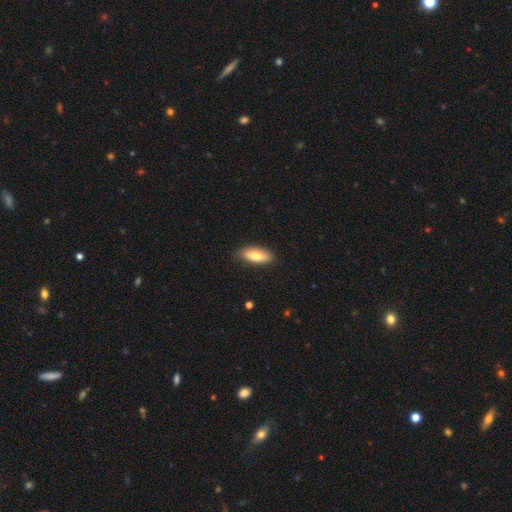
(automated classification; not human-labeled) A smooth galaxy with no disk features (81%) that is in between round and cigar-shaped (82%). Merging: none (85%).